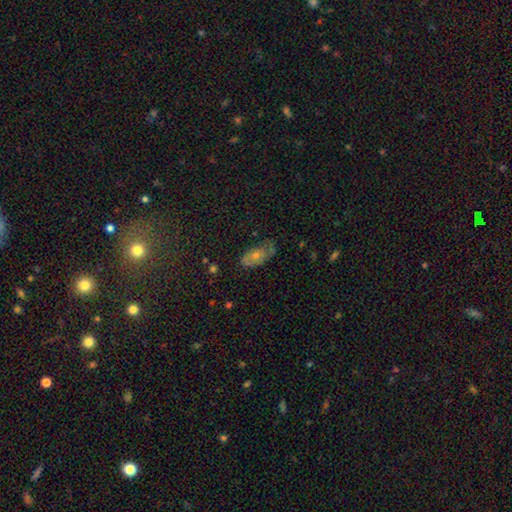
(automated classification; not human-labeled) The model was most divided on "smooth or featured": featured or disk: 48%, smooth: 36%, star or artifact: 16%. More confident: merging — none (65%).